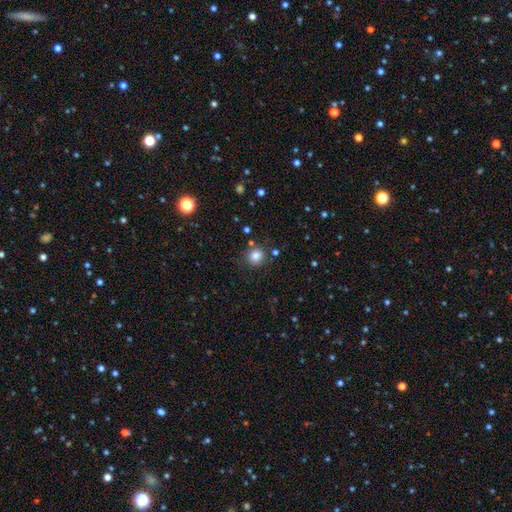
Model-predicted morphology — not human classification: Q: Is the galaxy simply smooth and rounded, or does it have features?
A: smooth — 83%.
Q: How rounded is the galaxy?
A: round — 86%.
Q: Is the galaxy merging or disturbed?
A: none — 81%.